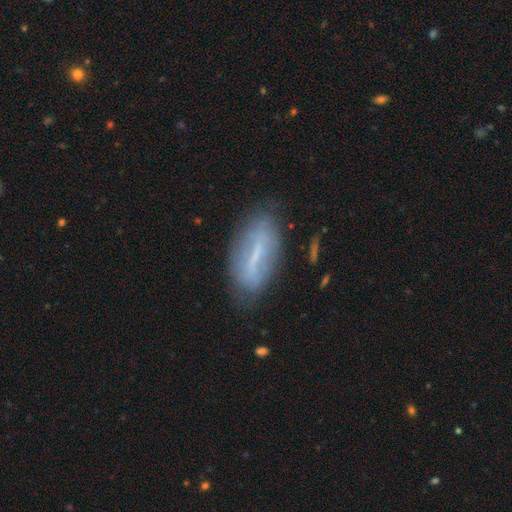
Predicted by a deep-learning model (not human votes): The model was most divided on "smooth or featured": featured or disk: 52%, smooth: 39%, star or artifact: 8%. More confident: edge-on disk — no (78%); merging — none (73%).